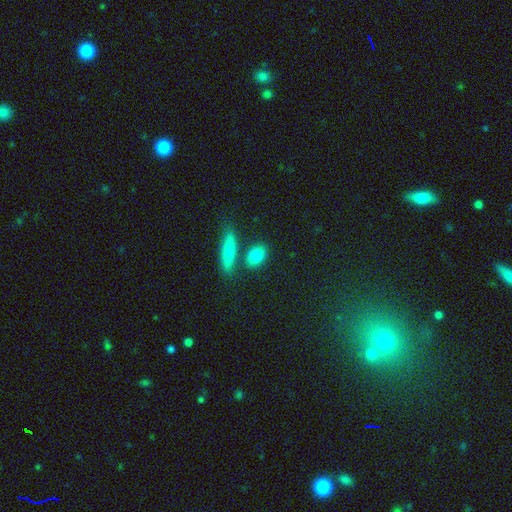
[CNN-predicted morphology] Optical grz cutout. It shows a smooth galaxy with no disk features (83%) that is in between round and cigar-shaped (70%). Merging: none (75%).